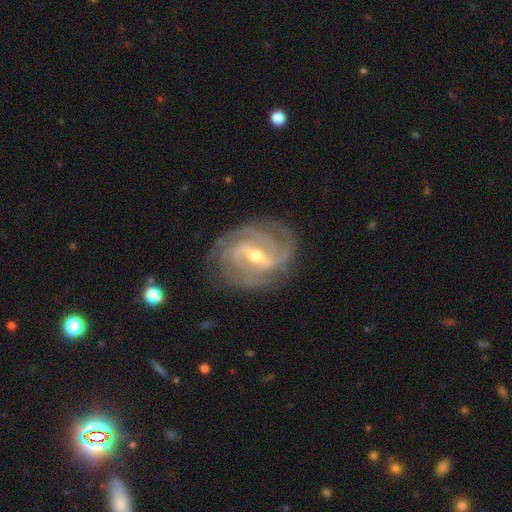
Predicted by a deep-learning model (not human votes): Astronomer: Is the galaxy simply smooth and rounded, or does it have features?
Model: featured or disk — 91%.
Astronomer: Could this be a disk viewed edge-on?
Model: no — 97%.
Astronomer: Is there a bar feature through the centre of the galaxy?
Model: strong — 50% (runner-up: weak, 39%).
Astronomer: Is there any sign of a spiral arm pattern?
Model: yes — 97%.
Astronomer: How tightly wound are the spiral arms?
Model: tight — 59%.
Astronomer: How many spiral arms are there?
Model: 3 — 31% (runner-up: 2, 22%).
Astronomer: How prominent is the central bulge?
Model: moderate — 54% (runner-up: small, 42%).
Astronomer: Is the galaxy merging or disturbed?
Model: none — 78%.